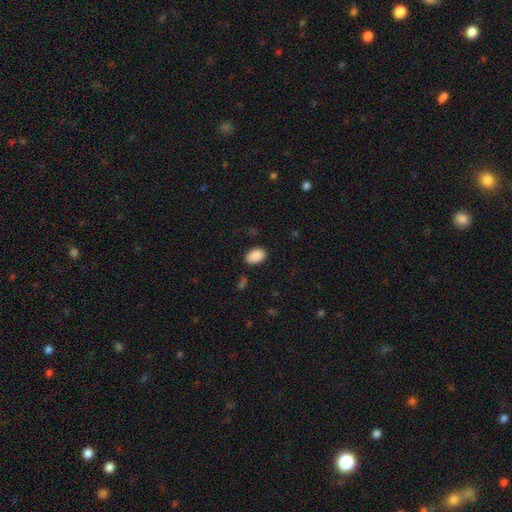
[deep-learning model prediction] The model was most divided on "merging": none: 85%, minor disturbance: 11%, major disturbance: 3%, merger: 2%. More confident: smooth or featured — smooth (89%); how rounded — in between (87%).